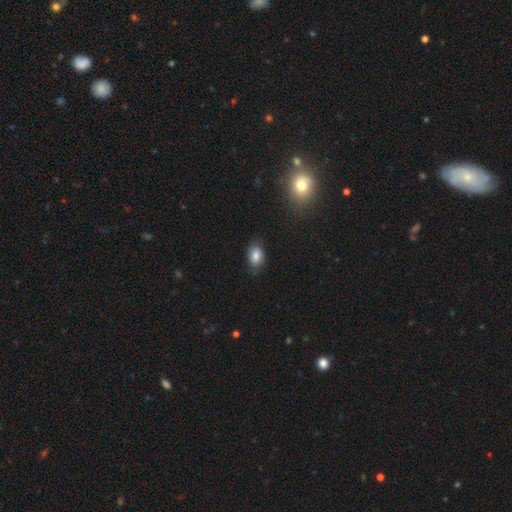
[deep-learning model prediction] This is likely a smooth galaxy (78%). How rounded: likely in between (80%). Merging: likely none (73%).